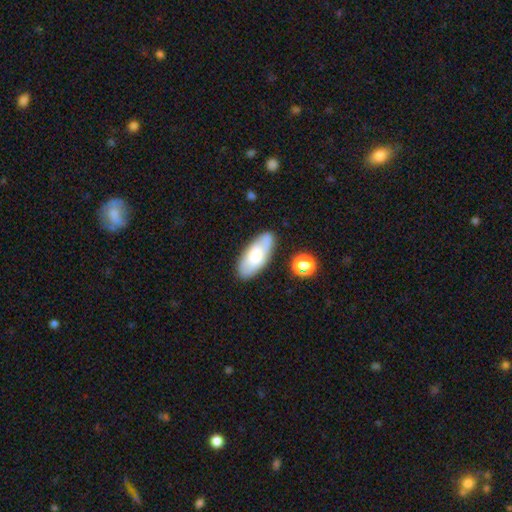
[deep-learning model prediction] smooth-or-featured: smooth: 60% | featured or disk: 33% | star or artifact: 7%
  how-rounded: in between: 86% | cigar-shaped: 12% | round: 2%
  merging: none: 79% | minor disturbance: 15% | major disturbance: 3% | merger: 3%